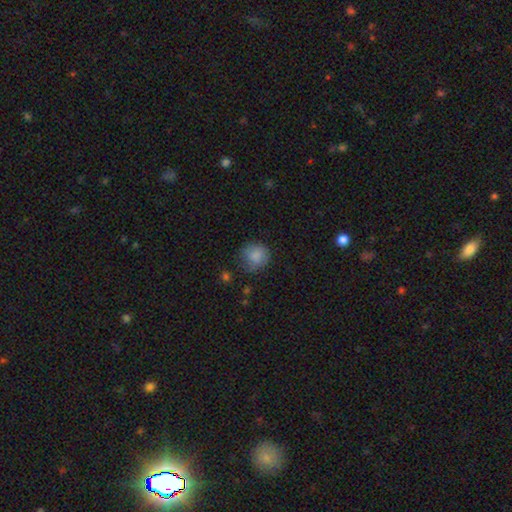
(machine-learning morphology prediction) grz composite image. It shows a smooth galaxy with no disk features (83%) that is round (85%). Merging: none (66%).